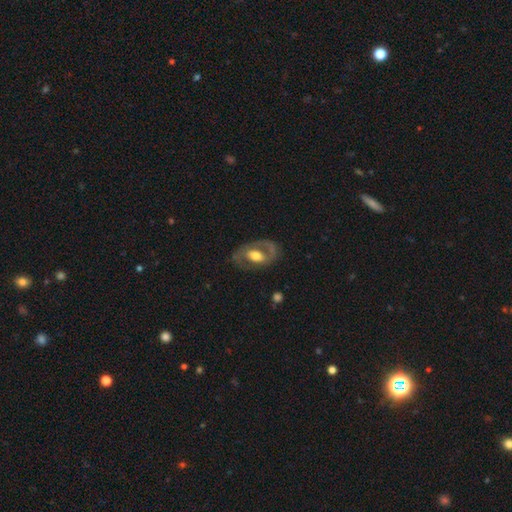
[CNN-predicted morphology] The model was most divided on "bar": no: 48%, weak: 35%, strong: 17%. More confident: edge-on disk — no (94%); merging — none (67%); smooth or featured — featured or disk (66%); spiral arms — yes (62%); bulge size — moderate (59%).